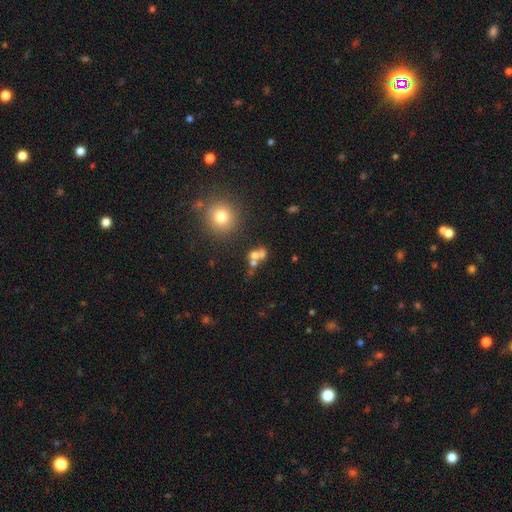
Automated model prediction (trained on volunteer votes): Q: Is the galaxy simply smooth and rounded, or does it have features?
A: smooth — 58%.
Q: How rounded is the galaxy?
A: round — 66%.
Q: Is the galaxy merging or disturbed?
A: merger — 52%.